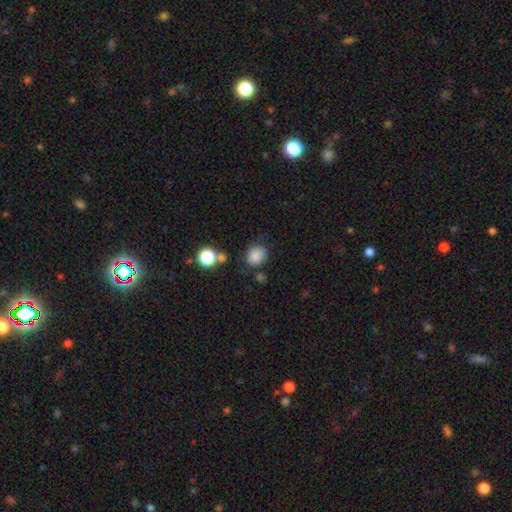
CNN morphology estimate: This appears to be a smooth galaxy with no disk features (84%) that is round (69%). Merging: none (73%).